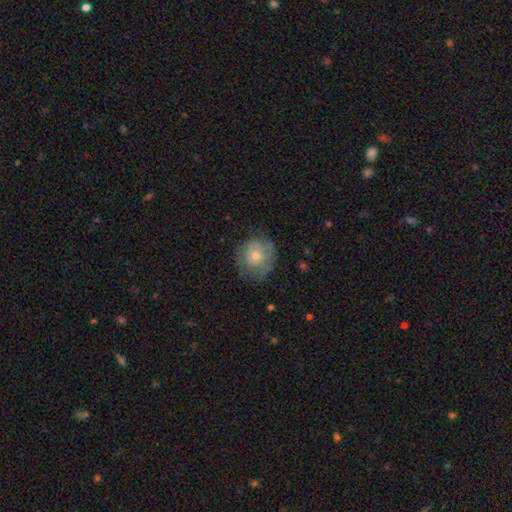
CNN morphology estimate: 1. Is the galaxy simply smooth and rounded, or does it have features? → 55% featured or disk, 36% smooth, 8% star or artifact.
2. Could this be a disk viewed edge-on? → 97% no, 3% yes.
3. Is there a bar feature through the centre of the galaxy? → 83% no, 14% weak, 3% strong.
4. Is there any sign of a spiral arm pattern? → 73% yes, 27% no.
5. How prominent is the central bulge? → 52% small, 42% moderate, 3% large, 2% none, 1% dominant.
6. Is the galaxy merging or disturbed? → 69% none, 20% minor disturbance, 9% major disturbance, 1% merger.